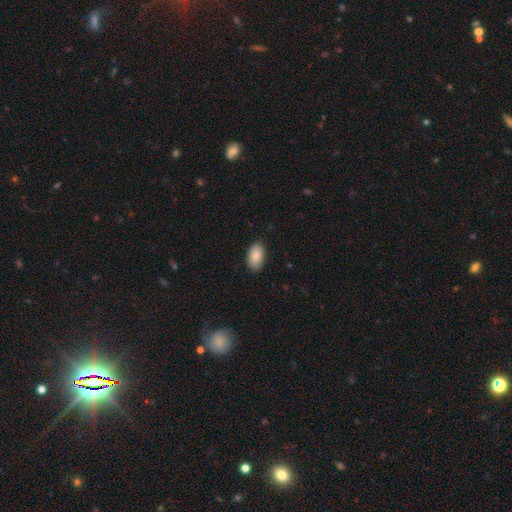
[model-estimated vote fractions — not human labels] Overall: smooth (87%). How rounded: in between (94%). Merging: none (88%).